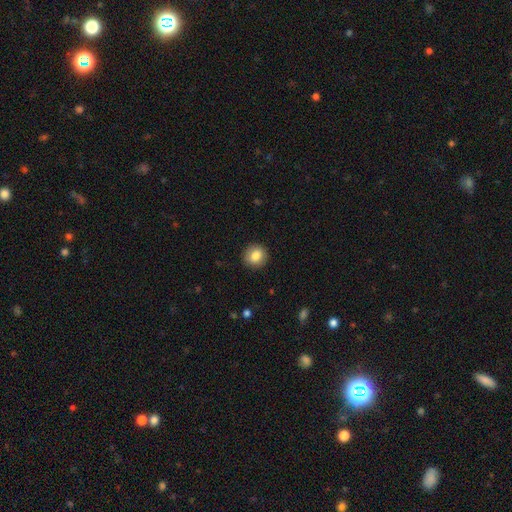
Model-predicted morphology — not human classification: smooth-or-featured: smooth: 83% | star or artifact: 9% | featured or disk: 8%
  how-rounded: round: 89% | in between: 10% | cigar-shaped: 1%
  merging: none: 91% | minor disturbance: 6% | major disturbance: 2% | merger: 1%